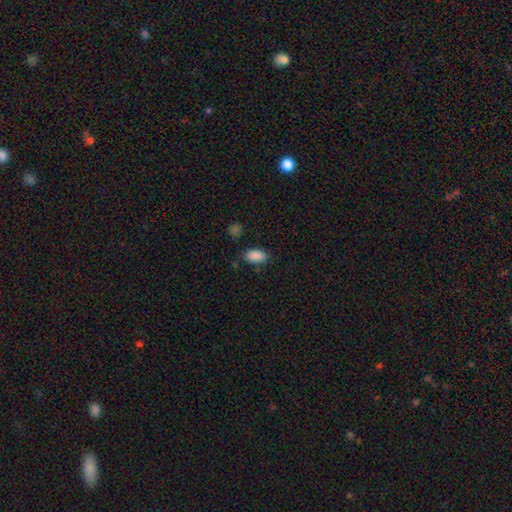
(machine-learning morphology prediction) The model was most divided on "merging": none: 80%, minor disturbance: 14%, major disturbance: 3%, merger: 3%. More confident: how rounded — in between (93%); smooth or featured — smooth (89%).